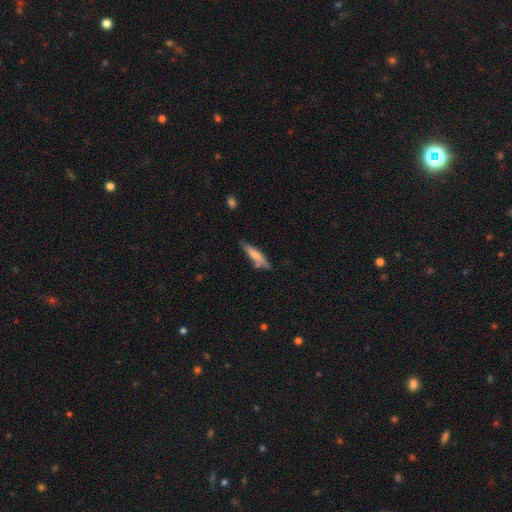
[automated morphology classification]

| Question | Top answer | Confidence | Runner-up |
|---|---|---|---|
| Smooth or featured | smooth | 65% | featured or disk (30%) |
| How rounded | cigar-shaped | 84% | in between (15%) |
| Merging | none | 72% | minor disturbance (17%) |